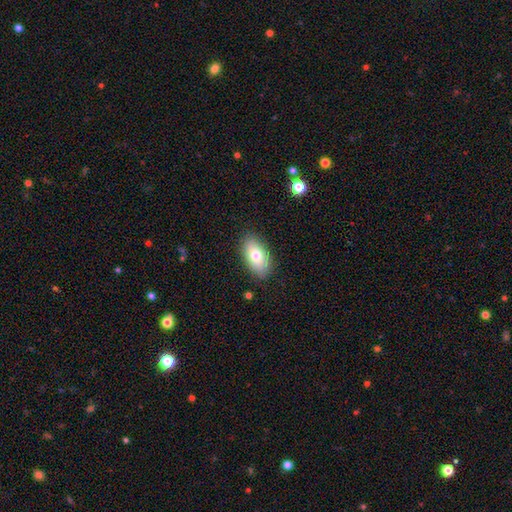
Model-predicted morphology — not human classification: Smooth or featured? Predicted: smooth (p=0.74). How rounded? Predicted: in between (p=0.92). Merging? Predicted: none (p=0.85).